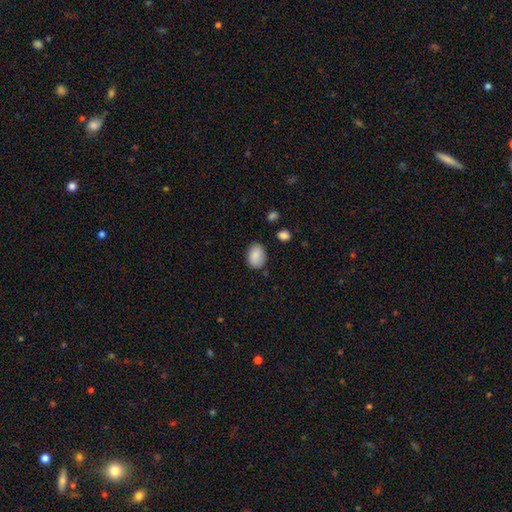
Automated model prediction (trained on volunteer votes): Smooth or featured?
  - smooth: 87% *
  - star or artifact: 7%
  - featured or disk: 5%
How rounded?
  - in between: 74% *
  - round: 25%
  - cigar-shaped: 1%
Merging?
  - none: 78% *
  - minor disturbance: 17%
  - major disturbance: 4%
  - merger: 2%